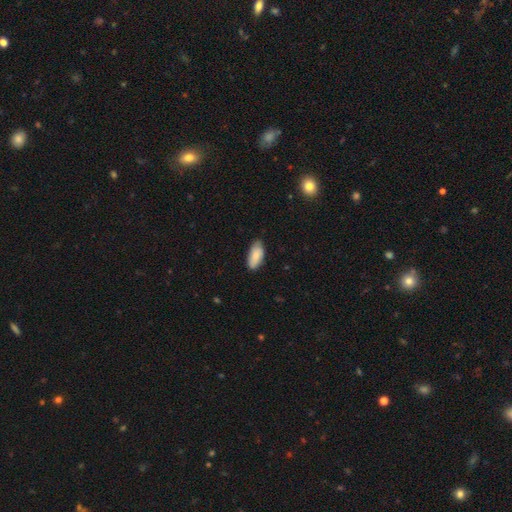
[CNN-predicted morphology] A smooth galaxy with no disk features (84%) that is in between round and cigar-shaped (90%). Merging: none (78%).